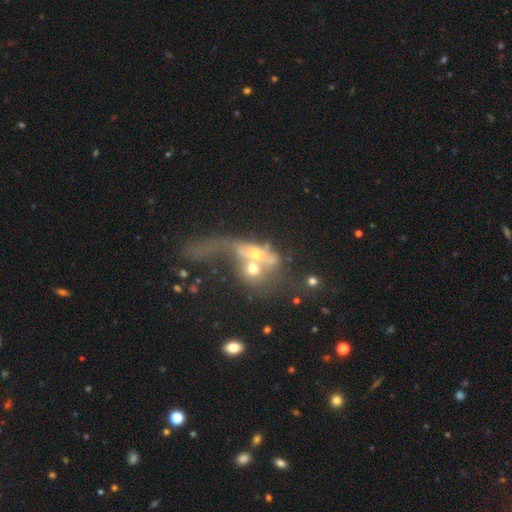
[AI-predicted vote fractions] featured or disk 50%, smooth 38%, star or artifact 13%. Down the decision tree: merging — merger (67%).